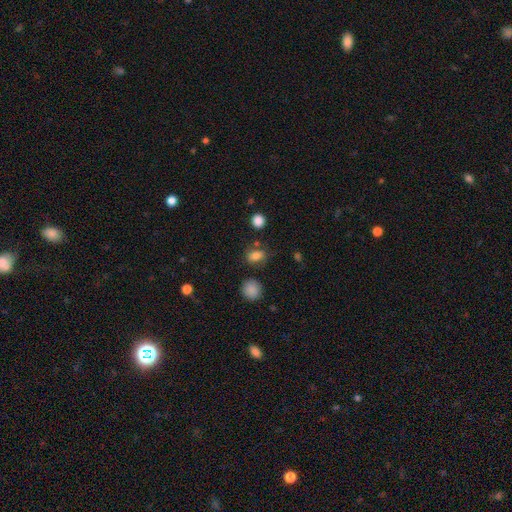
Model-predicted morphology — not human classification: Smooth or featured? smooth (81%)
How rounded? in between (68%)
Merging? none (71%)